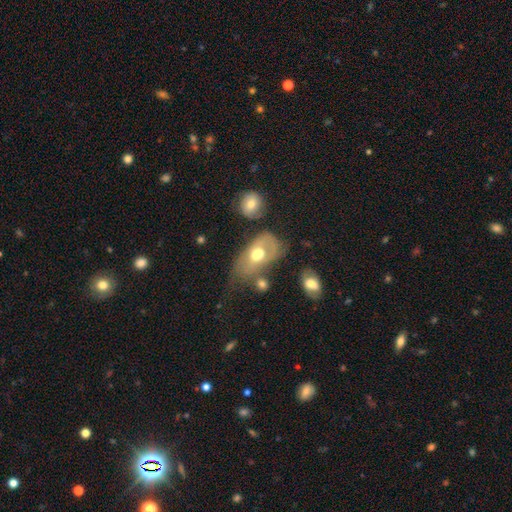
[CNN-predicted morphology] Smooth or featured? smooth (50%)
Merging? none (30%)